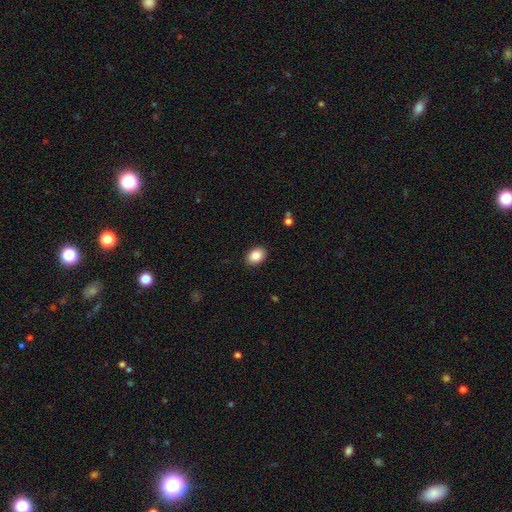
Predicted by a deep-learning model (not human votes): Smooth or featured?
  - smooth: 87% *
  - star or artifact: 8%
  - featured or disk: 5%
How rounded?
  - in between: 76% *
  - round: 23%
  - cigar-shaped: 1%
Merging?
  - none: 90% *
  - minor disturbance: 7%
  - major disturbance: 2%
  - merger: 1%